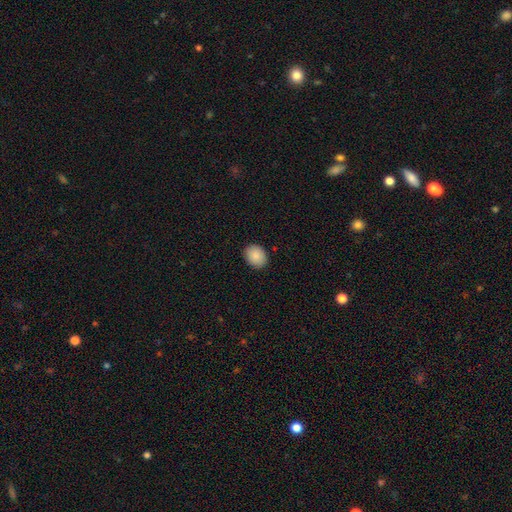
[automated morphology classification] This is clearly a smooth galaxy (89%). How rounded: possibly in between (54%). Merging: clearly none (90%).